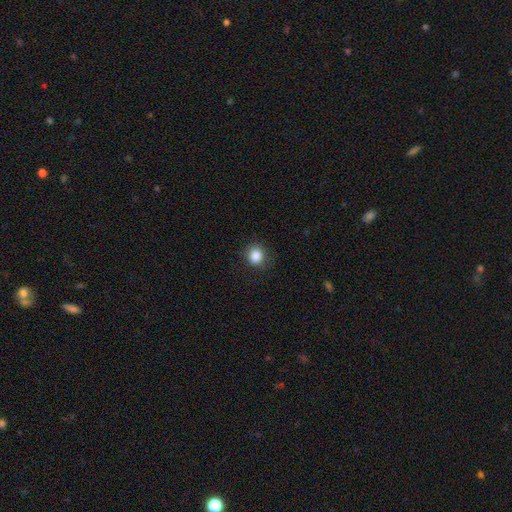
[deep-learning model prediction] A smooth galaxy with no disk features (87%) that is round (79%).

Vote fractions:
- Smooth or featured? smooth: 87% / star or artifact: 10% / featured or disk: 4%
- How rounded? round: 79% / in between: 20% / cigar-shaped: 1%
- Merging? none: 86% / minor disturbance: 10% / major disturbance: 3% / merger: 1%